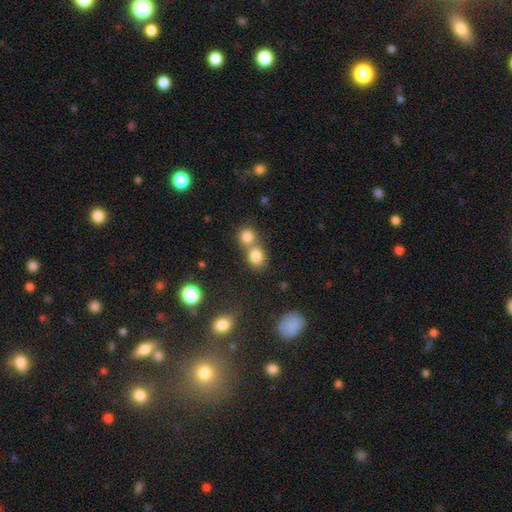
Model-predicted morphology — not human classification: smooth_or_featured: smooth (p=0.79) [alt: star or artifact p=0.13]
how_rounded: round (p=0.72) [alt: in between p=0.26]
merging: merger (p=0.50) [alt: none p=0.40]